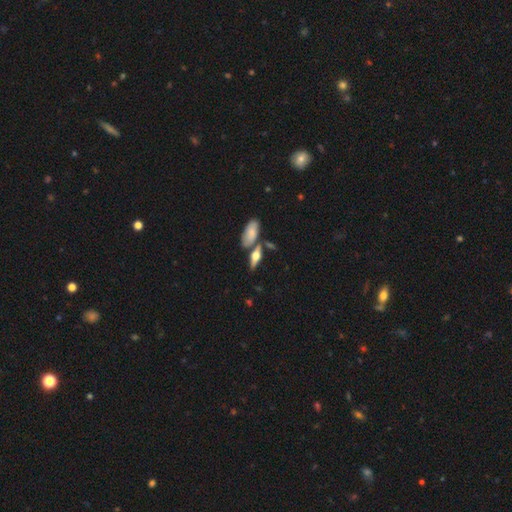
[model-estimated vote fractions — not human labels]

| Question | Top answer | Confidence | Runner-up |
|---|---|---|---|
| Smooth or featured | featured or disk | 48% | smooth (44%) |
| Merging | none | 65% | merger (19%) |